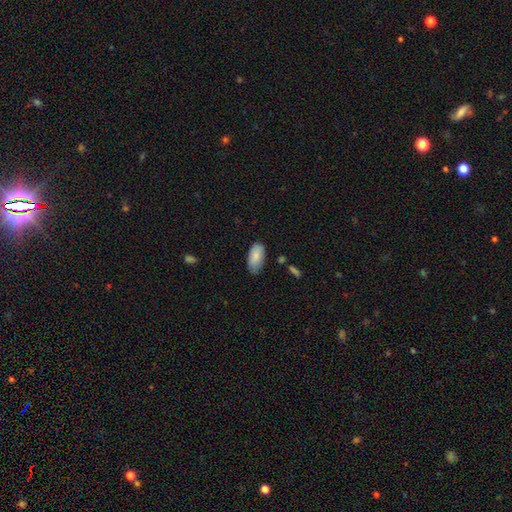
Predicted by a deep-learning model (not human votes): A smooth galaxy with no disk features (85%) that is in between round and cigar-shaped (94%). Merging: none (68%).